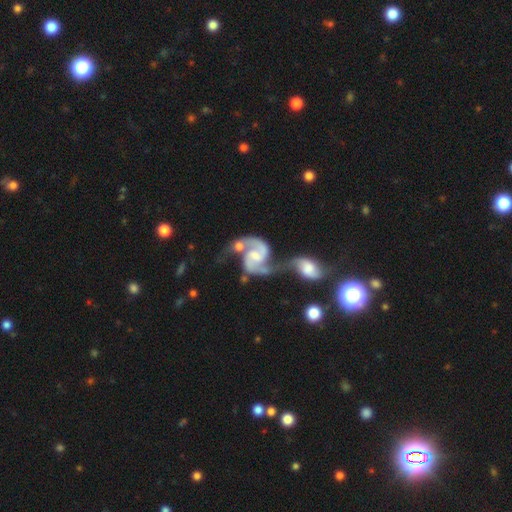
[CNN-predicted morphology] This is clearly a featured or disk galaxy (93%). It is clearly not viewed edge-on (98%). Bar: possibly weak (50%). Spiral arm pattern: clearly yes (98%). Spiral arm count: clearly 2 (94%). Spiral winding: possibly medium (59%). Central bulge: marginally small (43%). Merging: likely merger (64%).